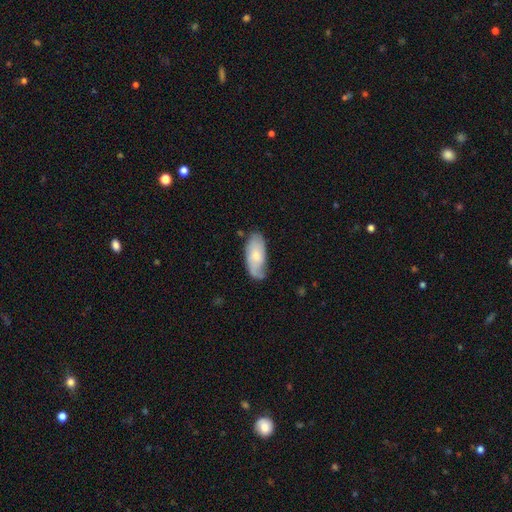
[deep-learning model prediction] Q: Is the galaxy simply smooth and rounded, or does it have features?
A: smooth — 59%.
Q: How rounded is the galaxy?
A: in between — 90%.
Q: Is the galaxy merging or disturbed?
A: none — 61%.